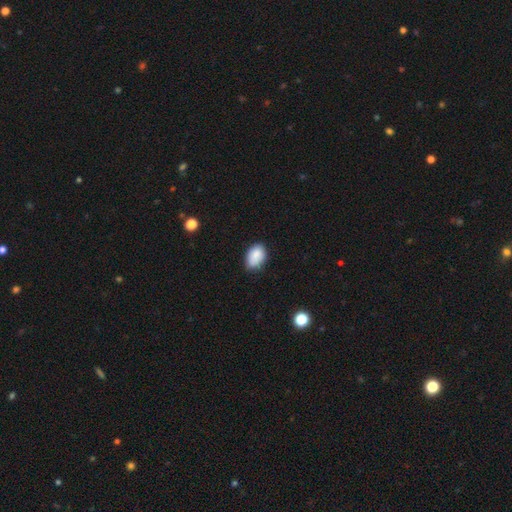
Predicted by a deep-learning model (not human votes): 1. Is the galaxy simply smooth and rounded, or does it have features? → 87% smooth, 8% star or artifact, 6% featured or disk.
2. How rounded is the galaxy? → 85% in between, 14% round, 1% cigar-shaped.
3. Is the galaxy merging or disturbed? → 70% none, 25% minor disturbance, 3% major disturbance, 2% merger.